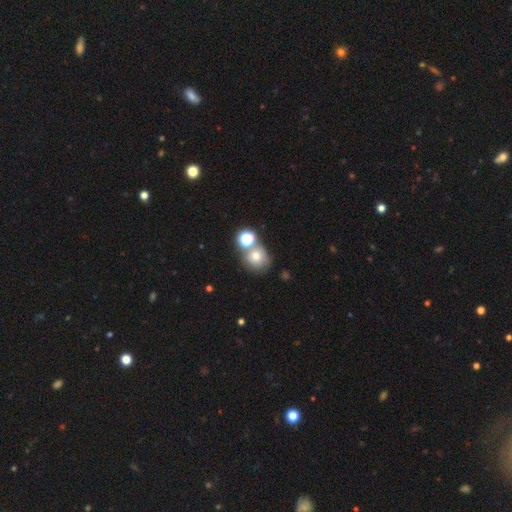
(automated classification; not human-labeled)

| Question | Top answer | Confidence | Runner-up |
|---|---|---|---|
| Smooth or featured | smooth | 68% | star or artifact (17%) |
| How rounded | round | 79% | in between (20%) |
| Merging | none | 51% | merger (33%) |